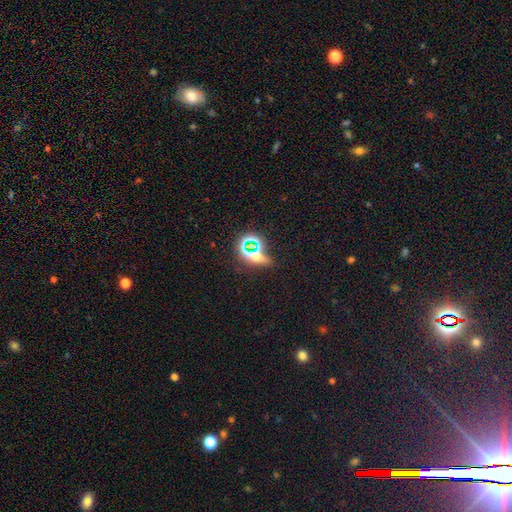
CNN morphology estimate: Smooth or featured? star or artifact (54%)